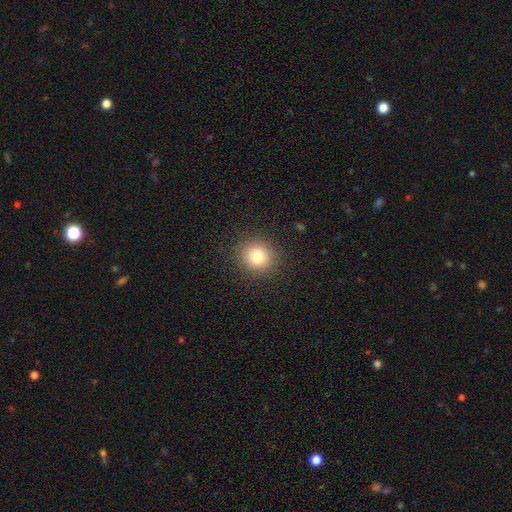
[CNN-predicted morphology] Overall: smooth (79%). How rounded: round (86%). Merging: none (90%).